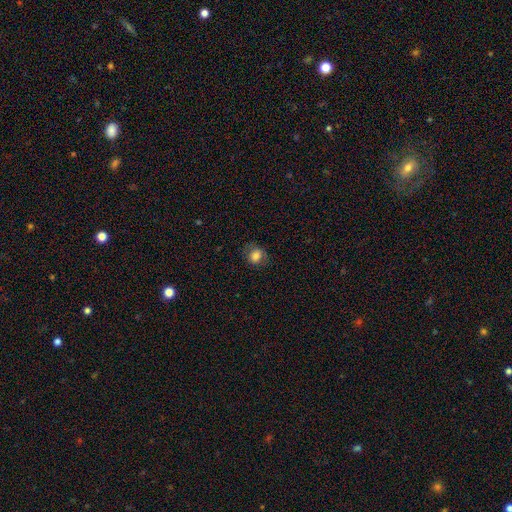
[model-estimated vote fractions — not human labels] Q: Smooth or featured?
A: smooth (77%); runner-up: featured or disk (12%)
Q: How rounded?
A: round (69%); runner-up: in between (30%)
Q: Merging?
A: none (74%); runner-up: minor disturbance (18%)